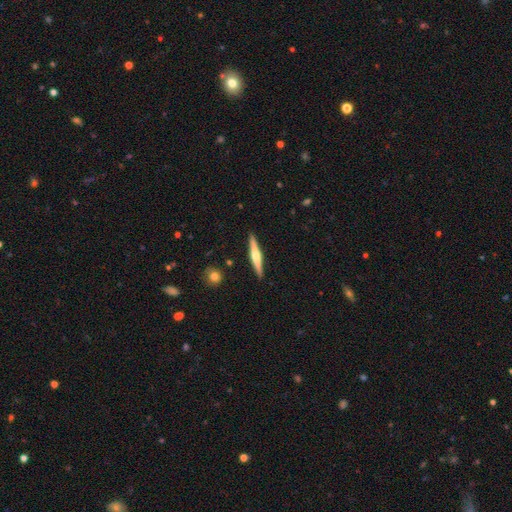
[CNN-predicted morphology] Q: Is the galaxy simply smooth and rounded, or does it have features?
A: featured or disk — 62%.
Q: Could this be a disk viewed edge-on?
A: yes — 98%.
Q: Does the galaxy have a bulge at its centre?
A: rounded — 82%.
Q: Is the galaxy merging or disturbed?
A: none — 91%.